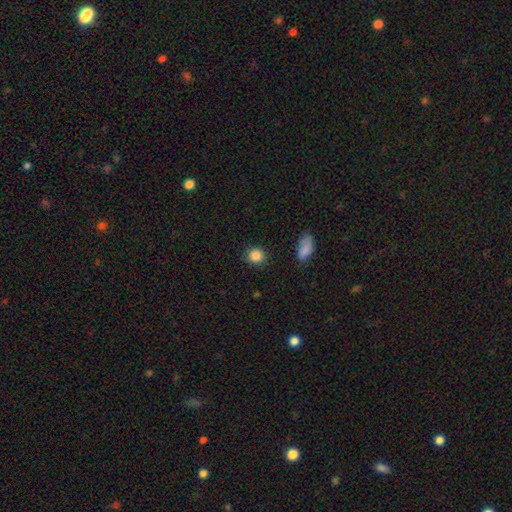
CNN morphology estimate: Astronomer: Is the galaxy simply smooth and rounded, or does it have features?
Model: smooth — 87%.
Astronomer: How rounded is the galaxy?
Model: round — 86%.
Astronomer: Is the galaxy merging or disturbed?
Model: none — 88%.